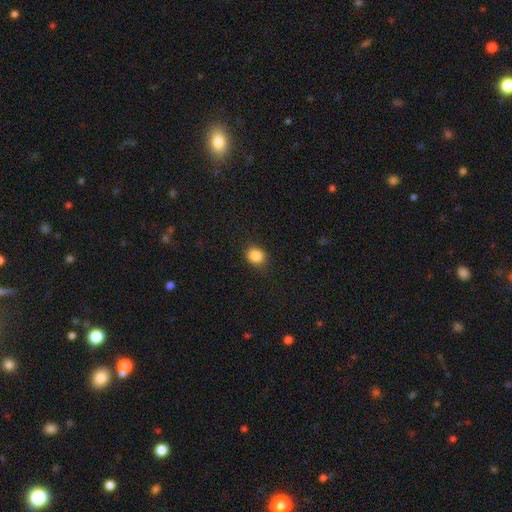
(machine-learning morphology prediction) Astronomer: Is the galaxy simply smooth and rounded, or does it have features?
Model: smooth — 86%.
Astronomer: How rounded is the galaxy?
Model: round — 64%.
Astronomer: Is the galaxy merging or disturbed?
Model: none — 86%.